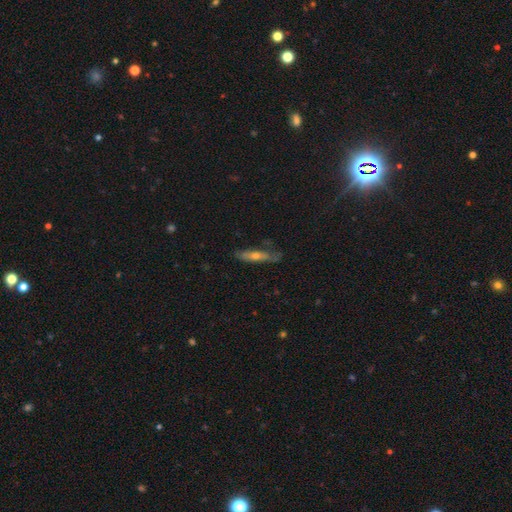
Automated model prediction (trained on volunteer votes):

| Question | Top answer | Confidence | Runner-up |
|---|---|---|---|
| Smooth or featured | featured or disk | 52% | smooth (39%) |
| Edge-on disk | yes | 73% | no (27%) |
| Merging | none | 70% | minor disturbance (22%) |